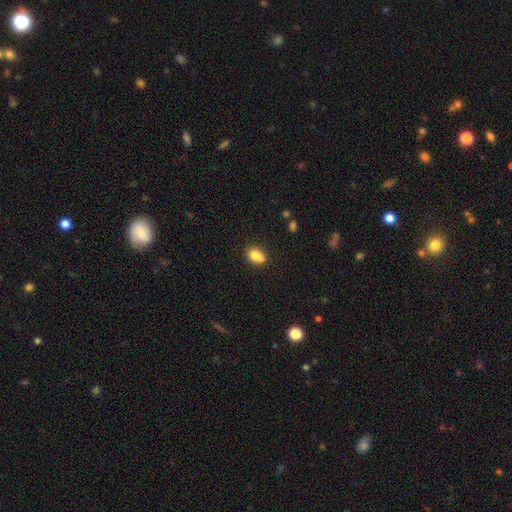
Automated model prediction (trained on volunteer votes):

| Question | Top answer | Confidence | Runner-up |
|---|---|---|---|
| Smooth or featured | smooth | 78% | featured or disk (13%) |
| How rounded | in between | 57% | round (42%) |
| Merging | none | 48% | merger (32%) |